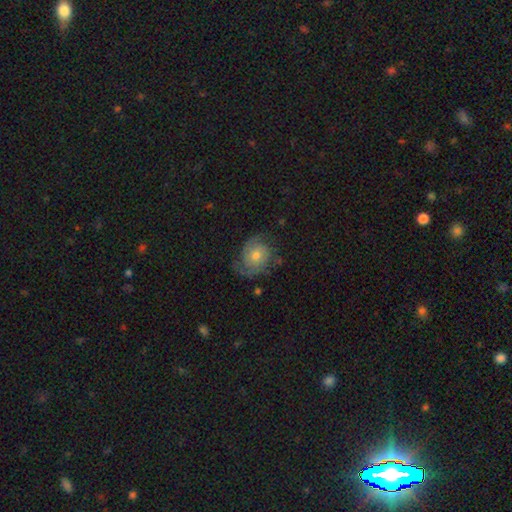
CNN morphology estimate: A featured or disk galaxy (71%) with no bar (79%), 2 (73%) tight (43%) spiral arms (92%) and a moderate central bulge (55%).

Vote fractions:
- Smooth or featured? featured or disk: 71% / smooth: 21% / star or artifact: 8%
- Edge-on disk? no: 97% / yes: 3%
- Bar? no: 79% / weak: 18% / strong: 3%
- Spiral arms? yes: 92% / no: 8%
- Spiral winding? tight: 43% / medium: 39% / loose: 18%
- Spiral arm count? 2: 73% / can't tell: 13% / 3: 6% / 1: 4% / 4: 2% / more than 4: 2%
- Bulge size? moderate: 55% / small: 39% / large: 4% / none: 2% / dominant: 1%
- Merging? none: 67% / minor disturbance: 20% / major disturbance: 11% / merger: 1%